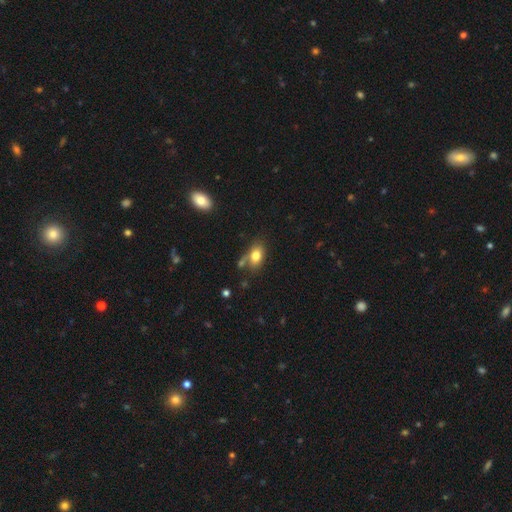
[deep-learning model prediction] This appears to be a smooth galaxy with no disk features (78%) that is in between round and cigar-shaped (83%). Merging: none (58%).